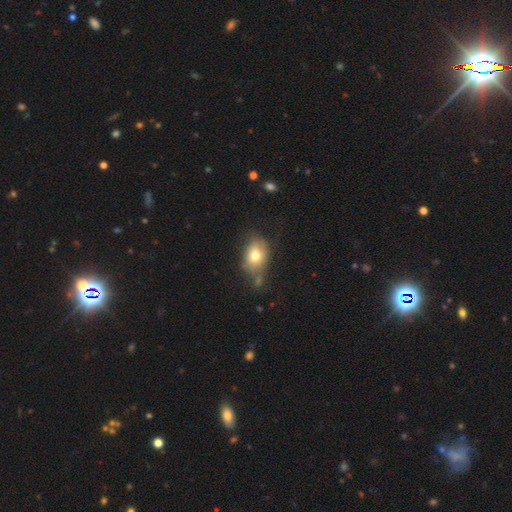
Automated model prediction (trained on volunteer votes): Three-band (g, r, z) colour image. It shows a smooth galaxy with no disk features (72%) that is in between round and cigar-shaped (73%). Merging: none (51%).